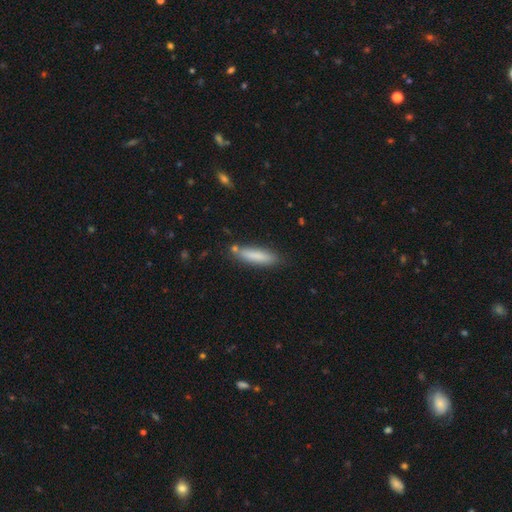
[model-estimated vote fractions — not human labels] This is clearly a smooth galaxy (80%). How rounded: likely cigar-shaped (76%). Merging: likely none (76%).